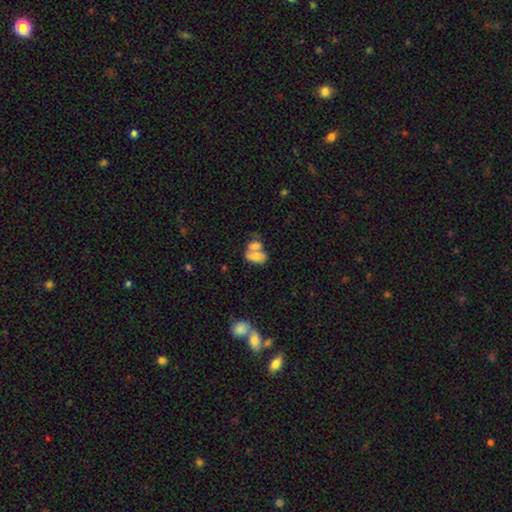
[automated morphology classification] This appears to be a smooth galaxy with no disk features (69%) that is in between round and cigar-shaped (86%). Merging: merger (61%).